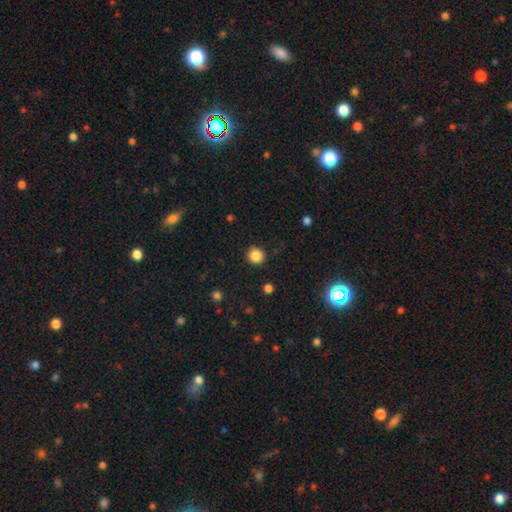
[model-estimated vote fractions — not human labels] This is clearly a smooth galaxy (85%). How rounded: clearly round (93%). Merging: clearly none (90%).